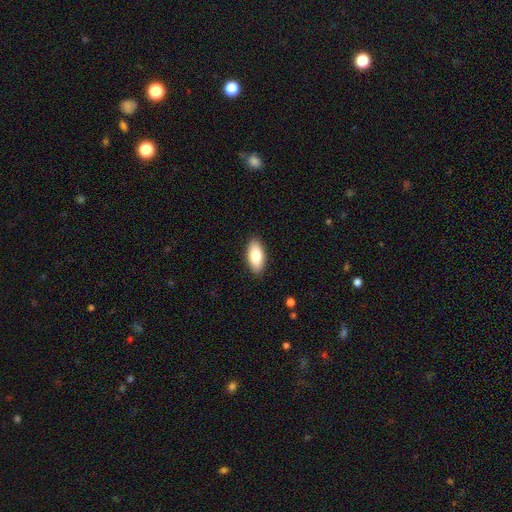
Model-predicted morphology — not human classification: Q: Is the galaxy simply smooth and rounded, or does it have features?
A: smooth — 82%.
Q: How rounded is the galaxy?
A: in between — 88%.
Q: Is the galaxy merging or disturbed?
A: none — 89%.